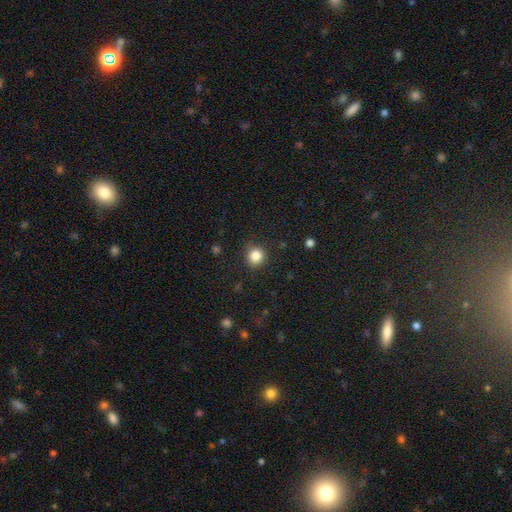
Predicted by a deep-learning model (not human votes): A smooth galaxy with no disk features (85%) that is round (90%).

Vote fractions:
- Smooth or featured? smooth: 85% / star or artifact: 11% / featured or disk: 4%
- How rounded? round: 90% / in between: 9% / cigar-shaped: 1%
- Merging? none: 88% / minor disturbance: 8% / major disturbance: 3% / merger: 1%